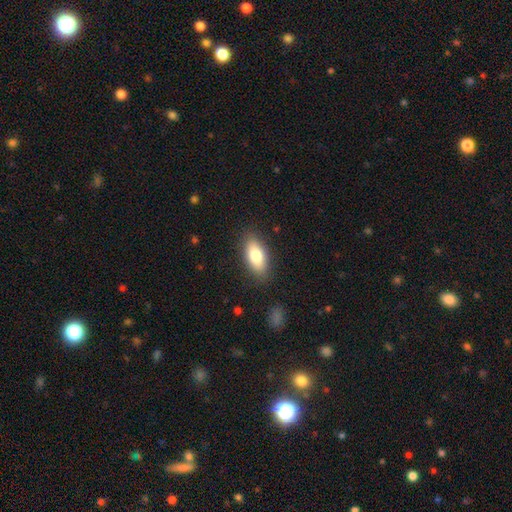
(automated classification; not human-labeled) Smooth or featured: smooth — 77% (featured or disk — 16%)
How rounded: in between — 84% (cigar-shaped — 12%)
Merging: none — 86% (minor disturbance — 10%)